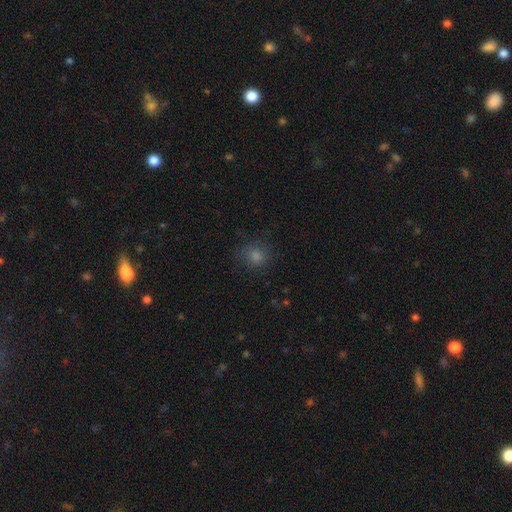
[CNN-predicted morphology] This is likely a smooth galaxy (70%). How rounded: clearly round (85%). Merging: clearly none (81%).